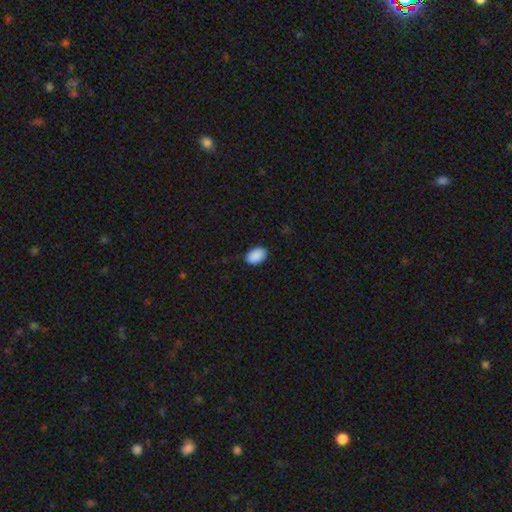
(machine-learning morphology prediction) type=smooth (91%); roundness=in between (90%); merging=none (89%).